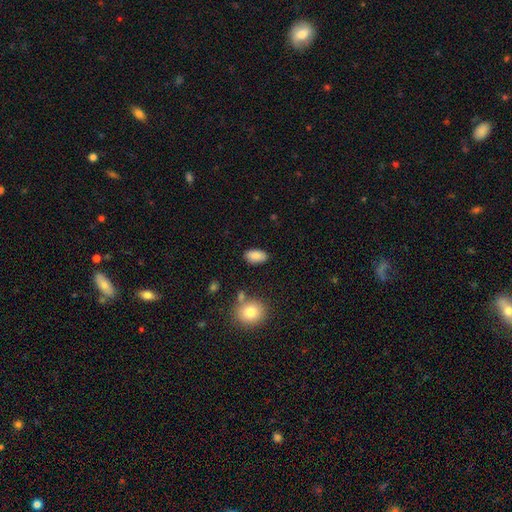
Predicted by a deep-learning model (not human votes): smooth_or_featured: smooth (p=0.86) [alt: star or artifact p=0.07]
how_rounded: in between (p=0.93) [alt: round p=0.04]
merging: none (p=0.85) [alt: minor disturbance p=0.10]